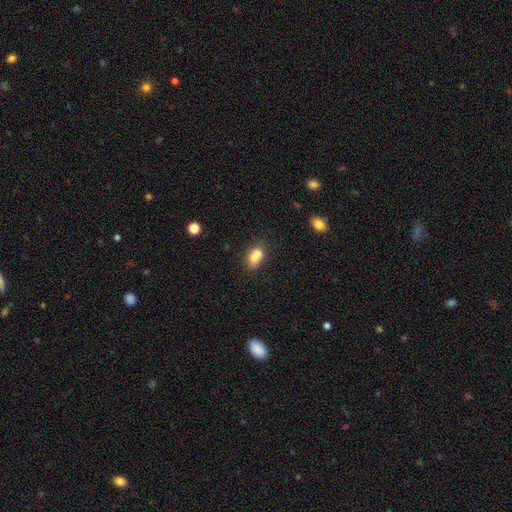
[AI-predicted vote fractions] This appears to be a smooth galaxy with no disk features (71%) that is in between round and cigar-shaped (61%). Merging: merger (54%).